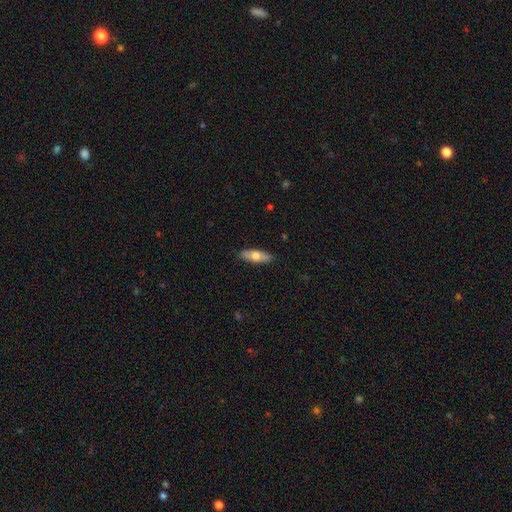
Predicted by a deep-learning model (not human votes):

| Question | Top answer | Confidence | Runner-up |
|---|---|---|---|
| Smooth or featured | smooth | 66% | featured or disk (28%) |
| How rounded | in between | 63% | cigar-shaped (34%) |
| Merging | none | 87% | minor disturbance (10%) |